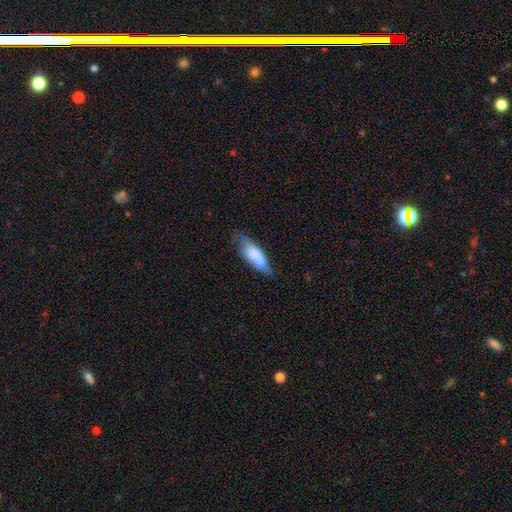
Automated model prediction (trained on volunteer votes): This is likely a smooth galaxy (66%). How rounded: likely in between (67%). Merging: marginally none (40%).